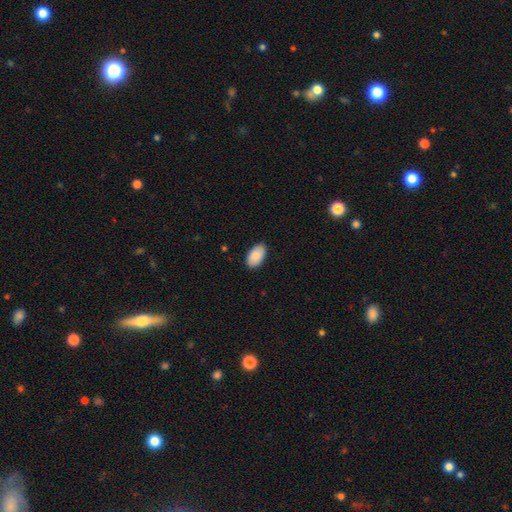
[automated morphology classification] A smooth galaxy with no disk features (90%) that is in between round and cigar-shaped (96%).

Vote fractions:
- Smooth or featured? smooth: 90% / star or artifact: 6% / featured or disk: 4%
- How rounded? in between: 96% / round: 3% / cigar-shaped: 1%
- Merging? none: 88% / minor disturbance: 9% / major disturbance: 2% / merger: 1%